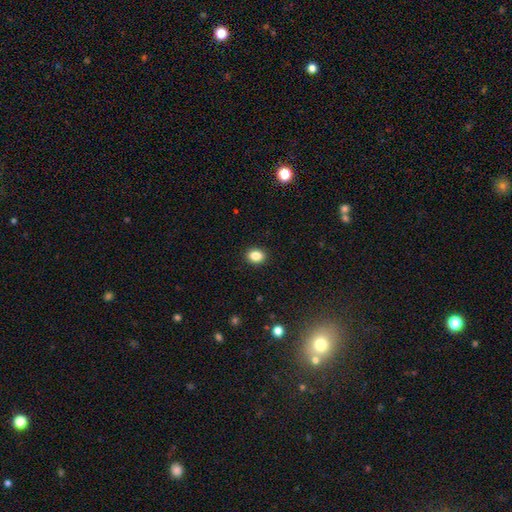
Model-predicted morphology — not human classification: smooth 85%, star or artifact 10%, featured or disk 5%. Down the decision tree: how rounded — in between (57%); merging — none (91%).